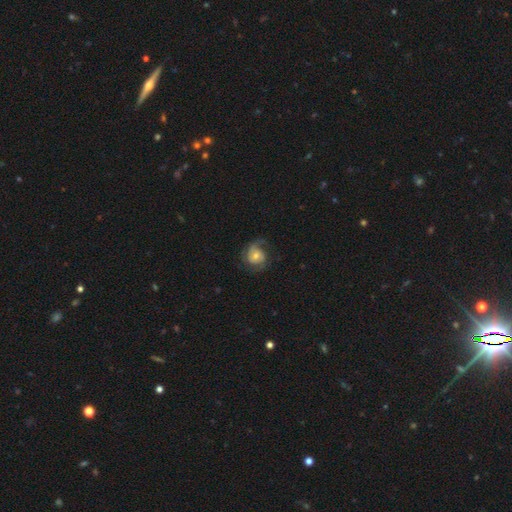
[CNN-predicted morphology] smooth-or-featured: featured or disk: 74% | smooth: 19% | star or artifact: 7%
  disk-edge-on: no: 98% | yes: 2%
    bar: no: 71% | weak: 24% | strong: 5%
    has-spiral-arms: yes: 94% | no: 6%
      spiral-winding: medium: 45% | tight: 31% | loose: 24%
      spiral-arm-count: 2: 71% | can't tell: 9% | 3: 8% | 1: 7% | 4: 2% | more than 4: 2%
    bulge-size: moderate: 45% (tied) | small: 45% (tied) | large: 6% | none: 3% | dominant: 2%
  merging: none: 66% | minor disturbance: 18% | major disturbance: 14% | merger: 1%